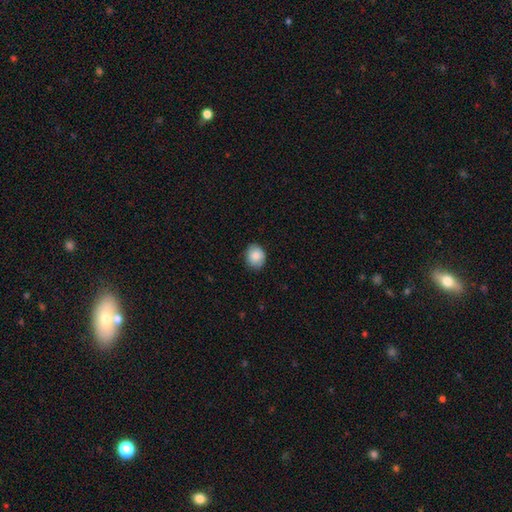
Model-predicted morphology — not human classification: type=smooth (84%); roundness=round (64%); merging=none (85%).